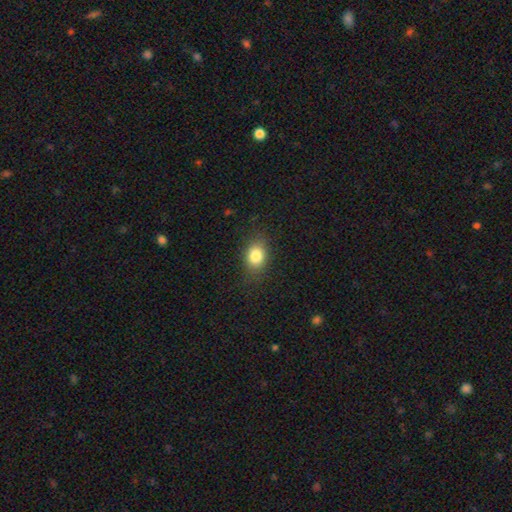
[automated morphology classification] smooth_or_featured: smooth (p=0.82) [alt: star or artifact p=0.10]
how_rounded: in between (p=0.68) [alt: round p=0.30]
merging: none (p=0.82) [alt: minor disturbance p=0.13]